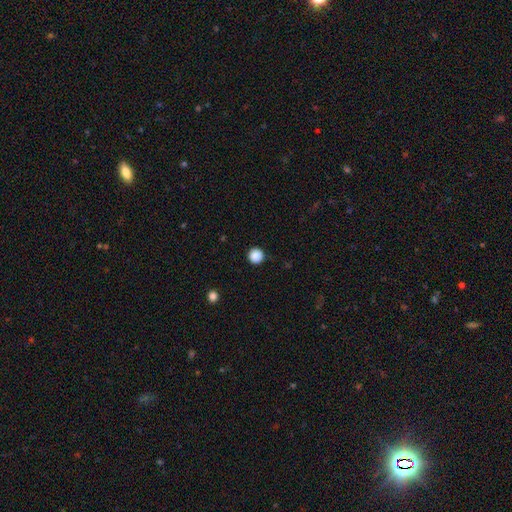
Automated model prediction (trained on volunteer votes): Smooth or featured: smooth — 88% (star or artifact — 9%)
How rounded: round — 96% (in between — 3%)
Merging: none — 92% (minor disturbance — 5%)